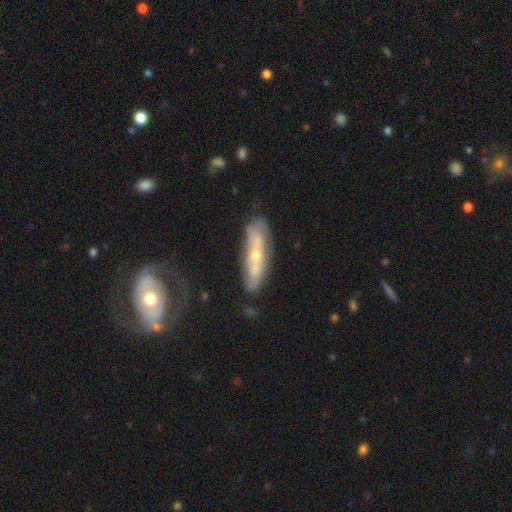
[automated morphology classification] A featured or disk galaxy (67%). Merging: none (56%).